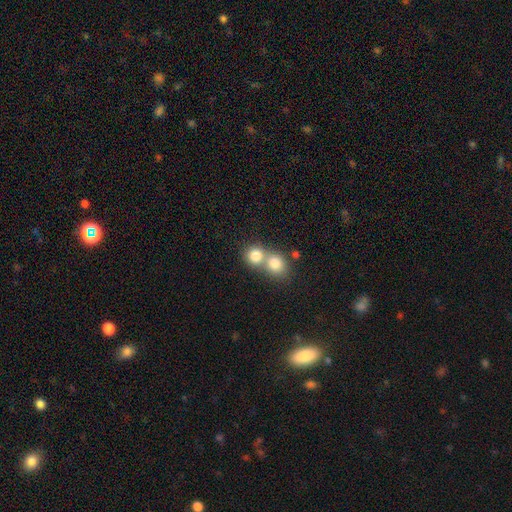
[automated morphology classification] This is likely a smooth galaxy (80%). How rounded: clearly round (80%). Merging: likely merger (60%).